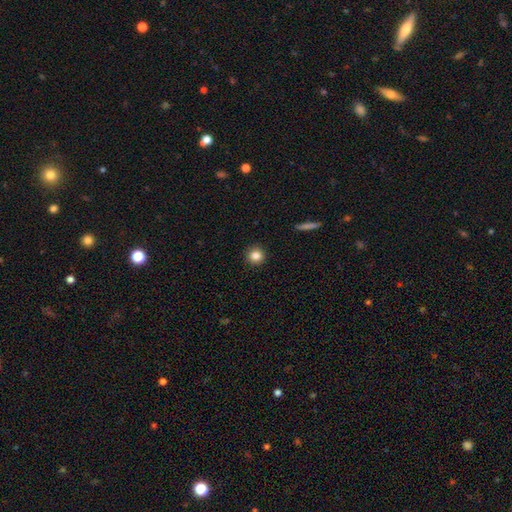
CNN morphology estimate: A smooth galaxy with no disk features (84%) that is round (95%).

Vote fractions:
- Smooth or featured? smooth: 84% / star or artifact: 11% / featured or disk: 6%
- How rounded? round: 95% / in between: 4% / cigar-shaped: 1%
- Merging? none: 92% / minor disturbance: 5% / major disturbance: 2% / merger: 1%